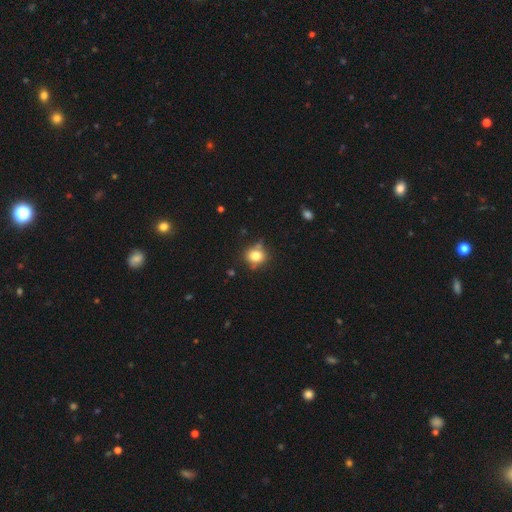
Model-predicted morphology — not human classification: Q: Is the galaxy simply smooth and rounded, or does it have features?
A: smooth — 77%.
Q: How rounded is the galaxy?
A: round — 79%.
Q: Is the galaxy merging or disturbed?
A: none — 72%.